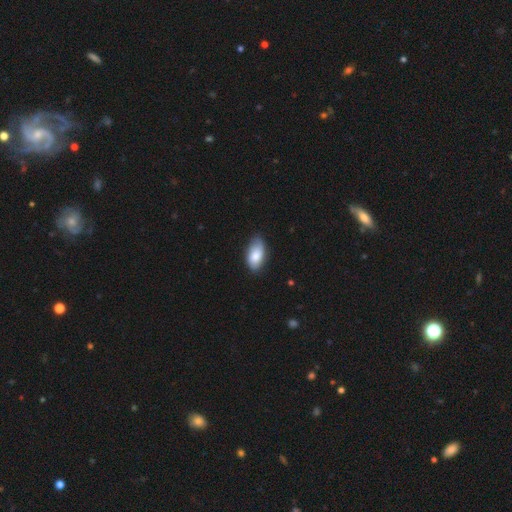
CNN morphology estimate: This appears to be a smooth galaxy with no disk features (76%) that is in between round and cigar-shaped (94%). Merging: none (69%).